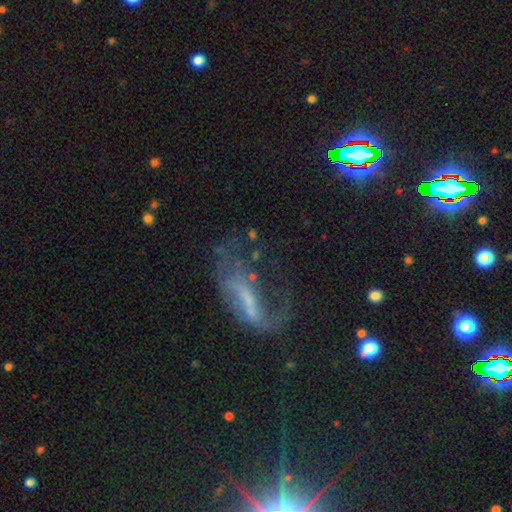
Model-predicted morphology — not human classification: A featured or disk galaxy (63%) with no bar (34%), spiral arms (62%) and no central bulge (44%). Merging: major disturbance (39%).